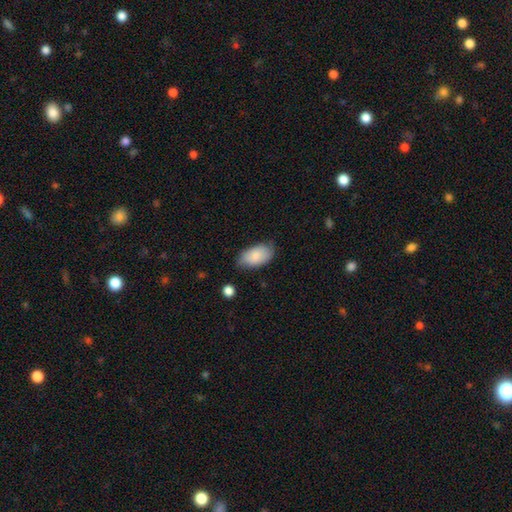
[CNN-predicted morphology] Smooth or featured: smooth — 84% (featured or disk — 10%)
How rounded: in between — 95% (round — 4%)
Merging: none — 70% (minor disturbance — 24%)